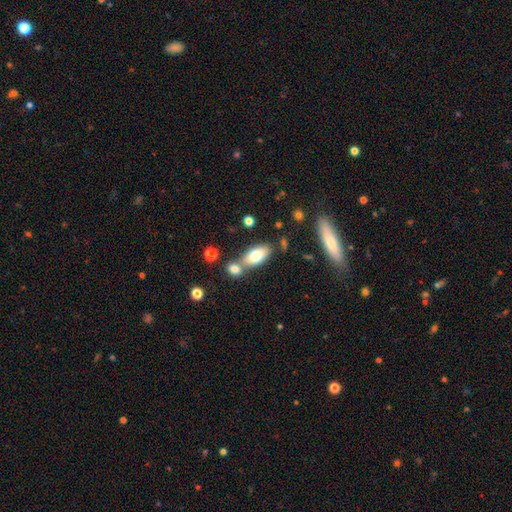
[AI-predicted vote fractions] smooth_or_featured: smooth (p=0.75) [alt: featured or disk p=0.17]
how_rounded: in between (p=0.88) [alt: cigar-shaped p=0.08]
merging: none (p=0.54) [alt: merger p=0.31]